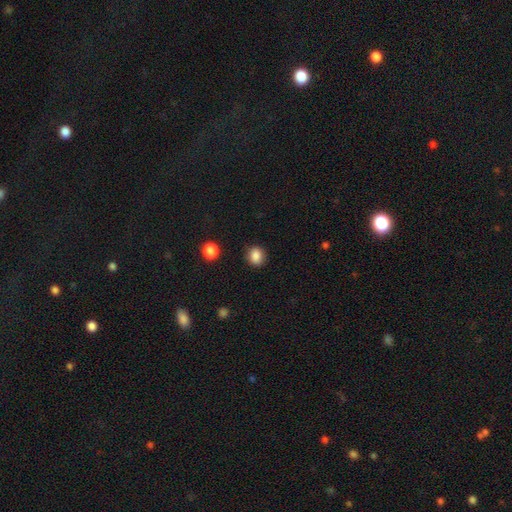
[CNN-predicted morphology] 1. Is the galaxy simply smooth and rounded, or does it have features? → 87% smooth, 10% star or artifact, 4% featured or disk.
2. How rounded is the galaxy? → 60% round, 39% in between, 1% cigar-shaped.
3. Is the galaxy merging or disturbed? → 85% none, 11% minor disturbance, 3% major disturbance, 2% merger.